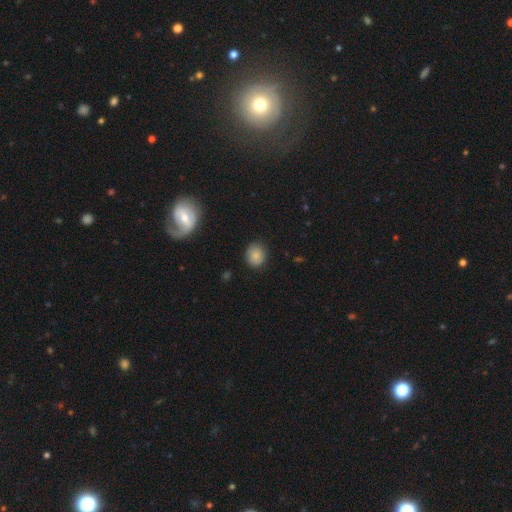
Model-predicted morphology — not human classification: This is clearly a smooth galaxy (83%). How rounded: likely round (77%). Merging: clearly none (85%).